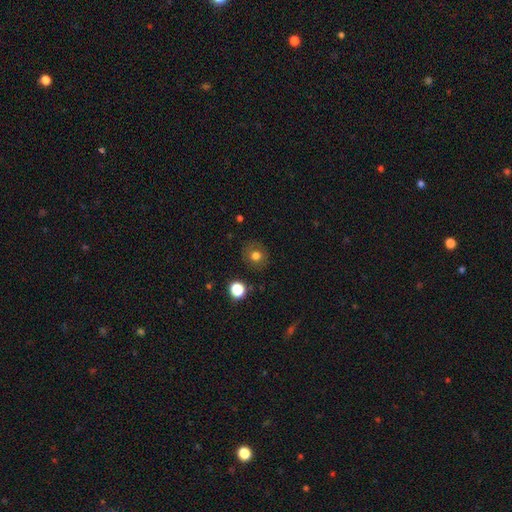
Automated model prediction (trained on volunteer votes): Smooth or featured? smooth (74%)
How rounded? round (86%)
Merging? none (86%)